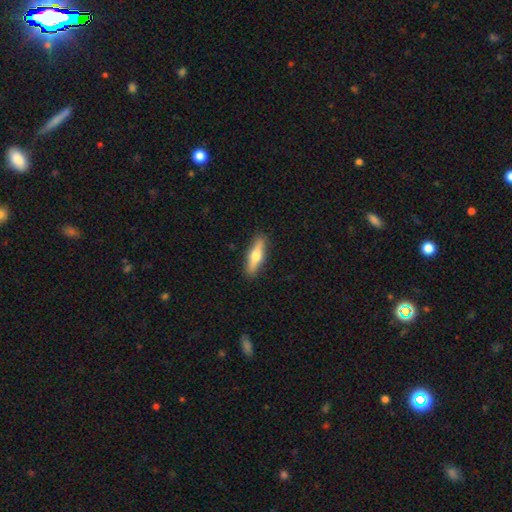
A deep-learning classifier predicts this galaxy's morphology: This is possibly a smooth galaxy (50%). How rounded: likely cigar-shaped (68%). Merging: clearly none (89%).